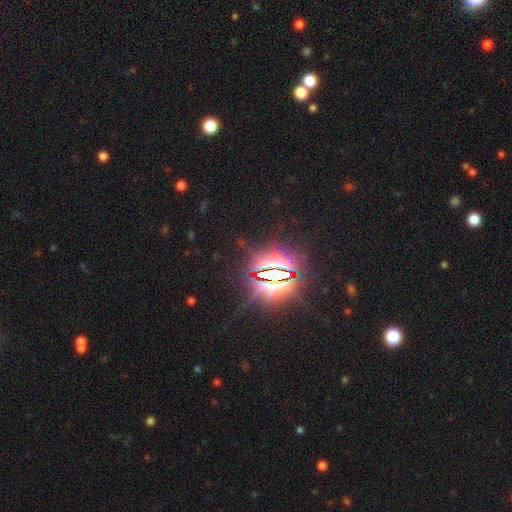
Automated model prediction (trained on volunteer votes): The model was most divided on "smooth or featured": star or artifact: 84%, featured or disk: 9%, smooth: 8%.